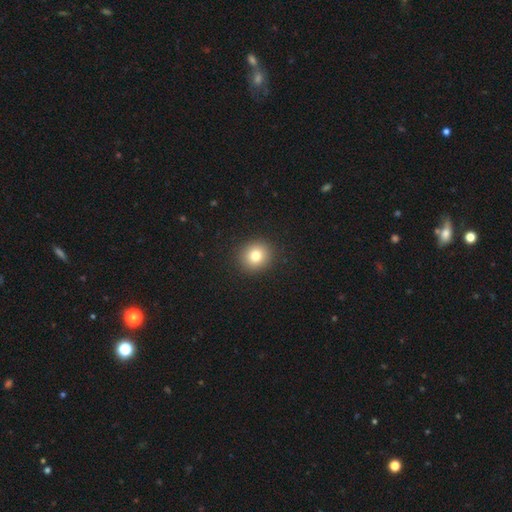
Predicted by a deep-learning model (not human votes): Smooth or featured: smooth — 81% (star or artifact — 11%)
How rounded: round — 82% (in between — 17%)
Merging: none — 91% (minor disturbance — 6%)